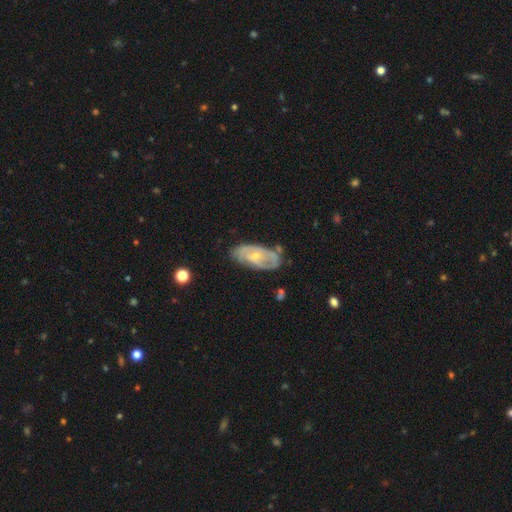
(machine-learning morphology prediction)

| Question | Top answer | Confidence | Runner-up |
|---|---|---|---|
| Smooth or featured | featured or disk | 72% | smooth (22%) |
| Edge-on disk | no | 93% | yes (7%) |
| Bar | no | 69% | weak (26%) |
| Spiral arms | yes | 75% | no (25%) |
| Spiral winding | tight | 56% | medium (32%) |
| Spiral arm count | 2 | 41% | tied: can't tell (41%) |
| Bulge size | small | 65% | moderate (32%) |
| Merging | none | 60% | minor disturbance (27%) |